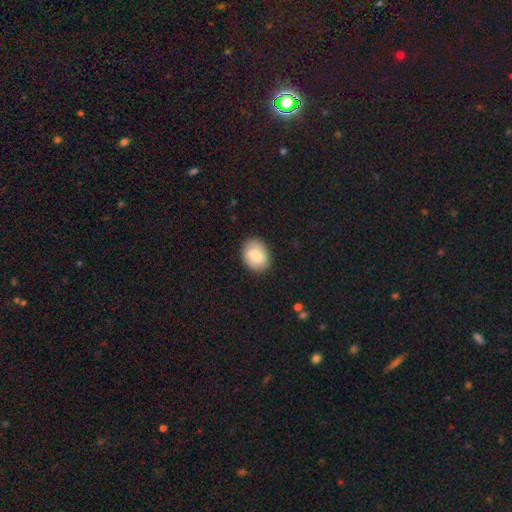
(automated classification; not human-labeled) smooth_or_featured: smooth (p=0.77) [alt: featured or disk p=0.16]
how_rounded: in between (p=0.71) [alt: round p=0.28]
merging: none (p=0.85) [alt: minor disturbance p=0.11]